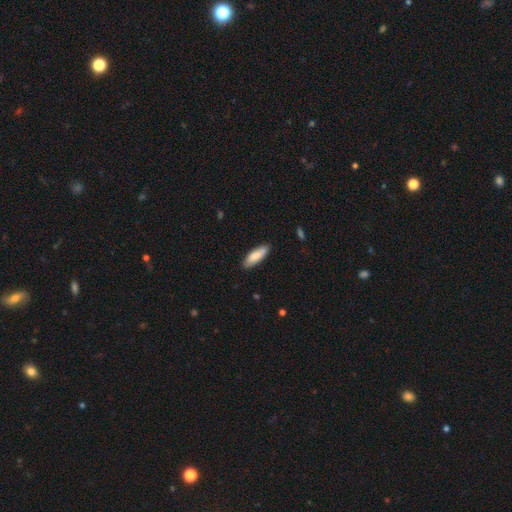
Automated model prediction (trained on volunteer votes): The model was most divided on "how rounded": in between: 56%, cigar-shaped: 43%, round: 1%. More confident: smooth or featured — smooth (85%); merging — none (84%).